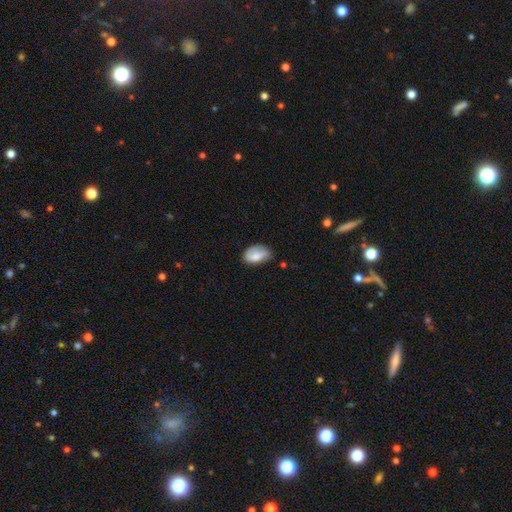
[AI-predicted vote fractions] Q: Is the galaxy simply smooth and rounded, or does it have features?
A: smooth — 78%.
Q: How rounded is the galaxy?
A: in between — 91%.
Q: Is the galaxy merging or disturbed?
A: none — 59%.